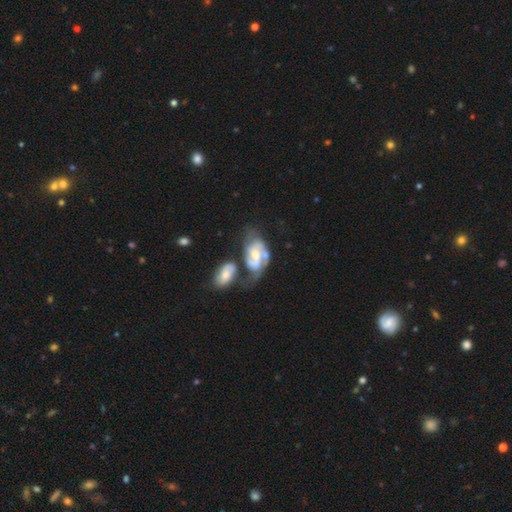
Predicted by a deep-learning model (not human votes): Smooth or featured? featured or disk (75%)
Edge-on disk? no (96%)
Bar? no (44%)
Spiral arms? yes (86%)
Spiral winding? medium (45%)
Spiral arm count? 2 (69%)
Bulge size? moderate (49%)
Merging? merger (41%)